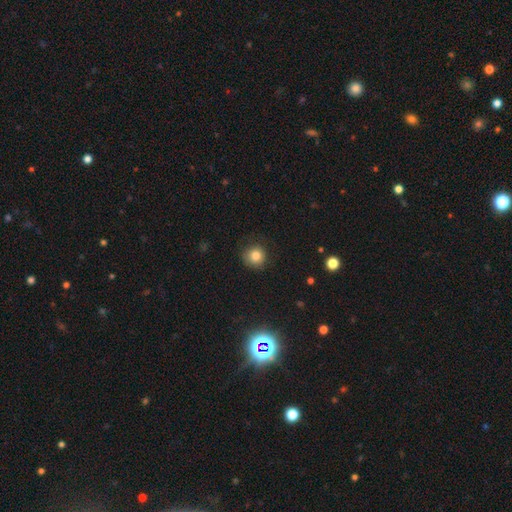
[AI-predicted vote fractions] A smooth galaxy with no disk features (81%) that is round (92%).

Vote fractions:
- Smooth or featured? smooth: 81% / star or artifact: 12% / featured or disk: 7%
- How rounded? round: 92% / in between: 7% / cigar-shaped: 1%
- Merging? none: 82% / minor disturbance: 13% / major disturbance: 3% / merger: 1%